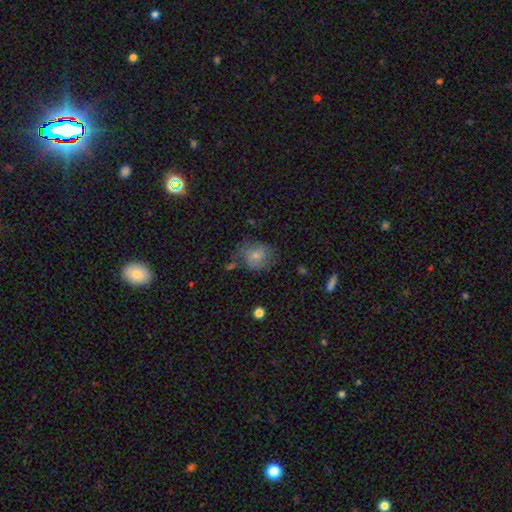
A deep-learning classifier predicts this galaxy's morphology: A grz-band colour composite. It shows a smooth galaxy with no disk features (54%) that is round (62%). Merging: none (60%).